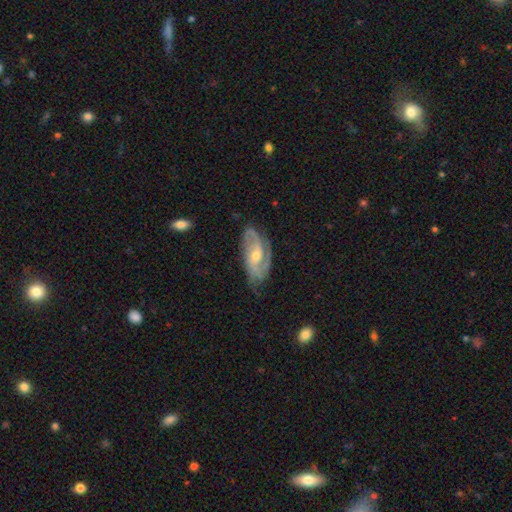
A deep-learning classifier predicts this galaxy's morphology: Q: Smooth or featured?
A: featured or disk (84%); runner-up: smooth (11%)
Q: Edge-on disk?
A: no (94%); runner-up: yes (6%)
Q: Bar?
A: no (52%); runner-up: weak (38%)
Q: Spiral arms?
A: yes (96%); runner-up: no (4%)
Q: Spiral winding?
A: medium (45%); runner-up: tight (39%)
Q: Spiral arm count?
A: 2 (57%); runner-up: 3 (19%)
Q: Bulge size?
A: moderate (51%); runner-up: small (44%)
Q: Merging?
A: none (69%); runner-up: minor disturbance (22%)